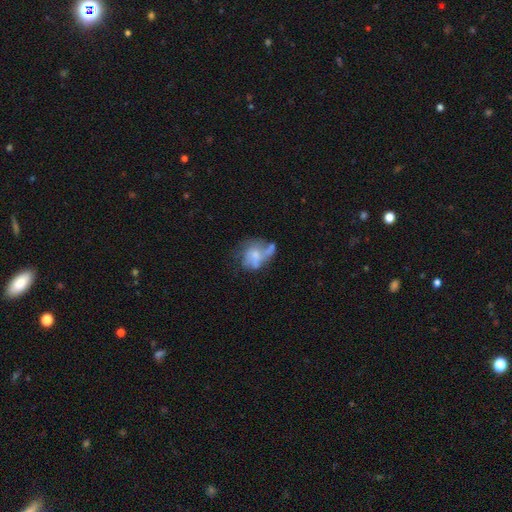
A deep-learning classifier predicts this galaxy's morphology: smooth_or_featured: featured or disk (p=0.49) [alt: smooth p=0.40]
merging: major disturbance (p=0.32) [alt: none p=0.28]